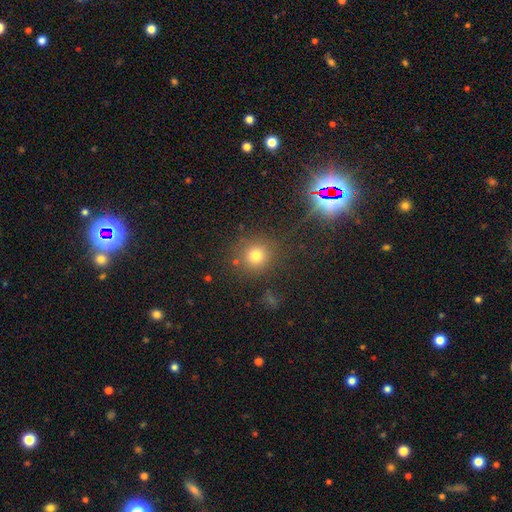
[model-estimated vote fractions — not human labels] Morphology: type=smooth (73%); roundness=round (90%); merging=none (81%).